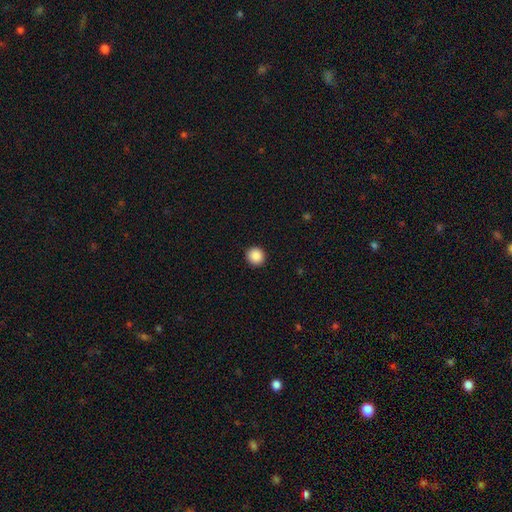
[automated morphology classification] Q: Smooth or featured?
A: smooth (89%); runner-up: star or artifact (9%)
Q: How rounded?
A: round (92%); runner-up: in between (7%)
Q: Merging?
A: none (93%); runner-up: minor disturbance (5%)